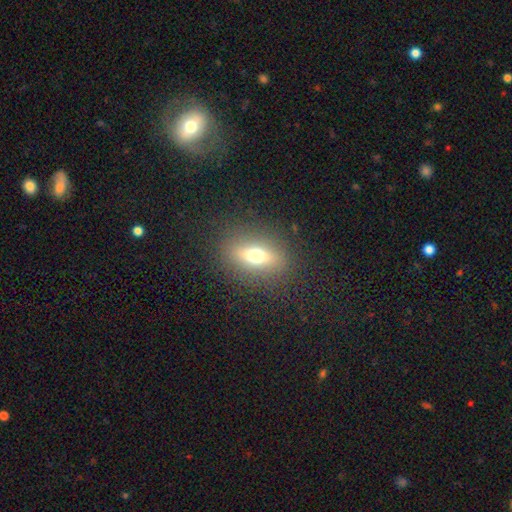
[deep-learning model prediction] Morphology: type=smooth (57%); roundness=in between (64%); merging=none (85%).